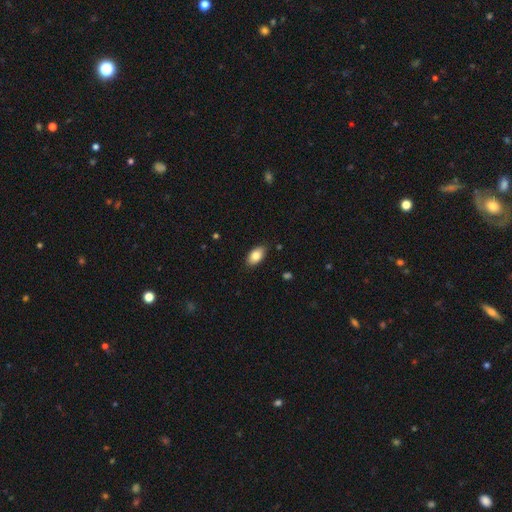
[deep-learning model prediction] This is clearly a smooth galaxy (83%). How rounded: clearly in between (93%). Merging: clearly none (86%).